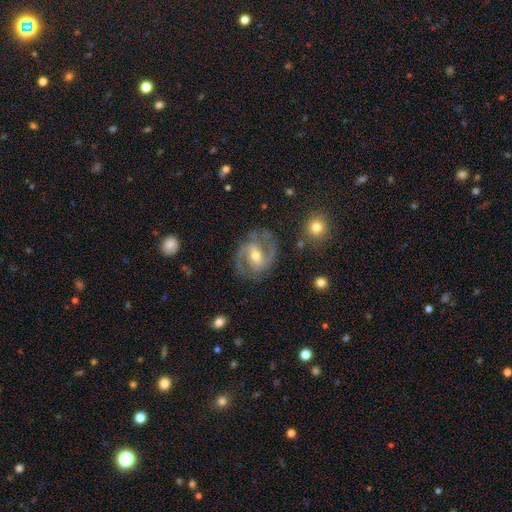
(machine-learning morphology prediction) This appears to be a featured or disk galaxy (88%) with a weak bar (44%), 2 (86%) medium (56%) spiral arms (96%) and a moderate central bulge (60%). Merging: none (76%).